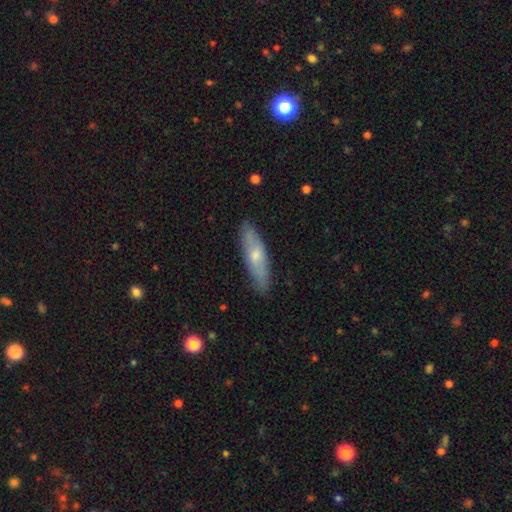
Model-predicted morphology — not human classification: Q: Smooth or featured?
A: smooth (57%); runner-up: featured or disk (38%)
Q: How rounded?
A: cigar-shaped (62%); runner-up: in between (36%)
Q: Merging?
A: none (84%); runner-up: minor disturbance (12%)